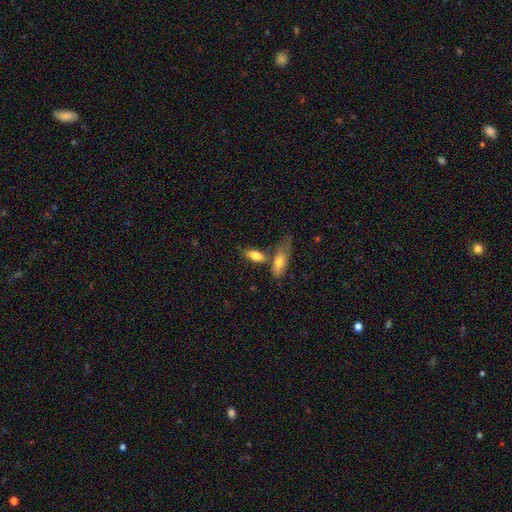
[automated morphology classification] Smooth or featured? smooth (76%)
How rounded? in between (78%)
Merging? none (49%)